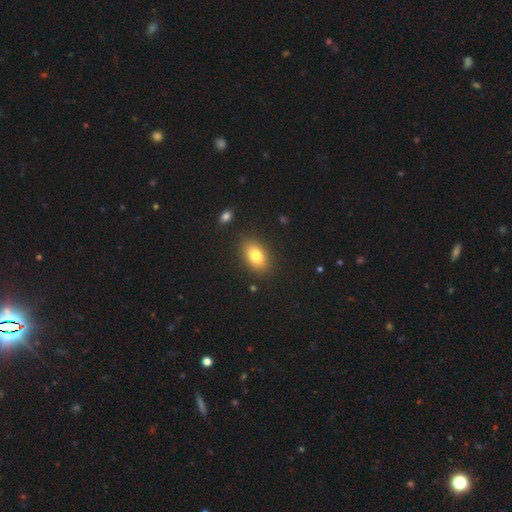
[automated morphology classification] A smooth galaxy with no disk features (80%) that is in between round and cigar-shaped (86%).

Vote fractions:
- Smooth or featured? smooth: 80% / featured or disk: 11% / star or artifact: 9%
- How rounded? in between: 86% / round: 11% / cigar-shaped: 2%
- Merging? none: 86% / minor disturbance: 10% / major disturbance: 3% / merger: 2%